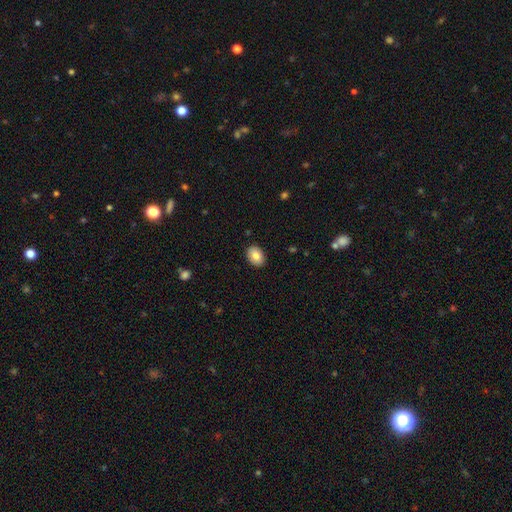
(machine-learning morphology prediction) This is clearly a smooth galaxy (84%). How rounded: likely in between (79%). Merging: clearly none (90%).